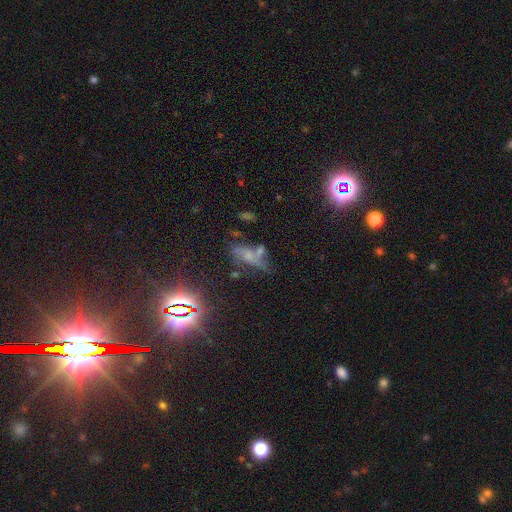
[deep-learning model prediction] Smooth or featured? Predicted: smooth (p=0.40). Merging? Predicted: none (p=0.32).